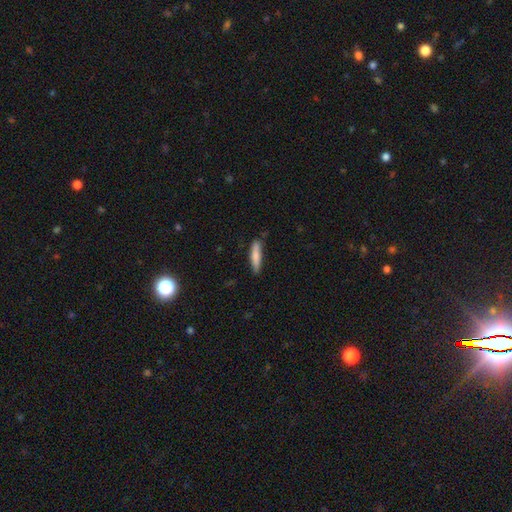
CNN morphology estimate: smooth 75%, featured or disk 19%, star or artifact 6%. Down the decision tree: how rounded — cigar-shaped (85%); merging — none (81%).